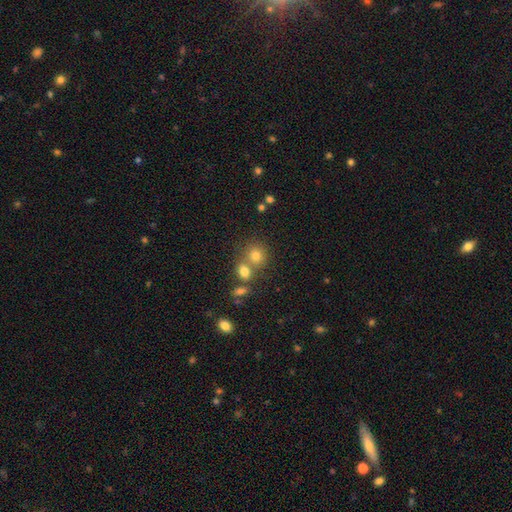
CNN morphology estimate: smooth_or_featured: smooth (p=0.76) [alt: star or artifact p=0.14]
how_rounded: round (p=0.78) [alt: in between p=0.21]
merging: none (p=0.50) [alt: merger p=0.38]